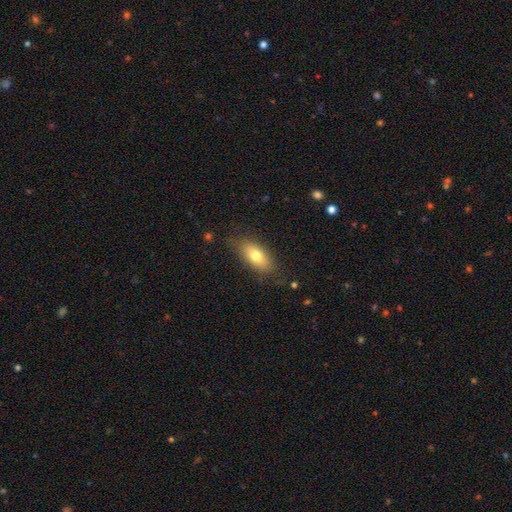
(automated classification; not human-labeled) A smooth galaxy with no disk features (73%) that is in between round and cigar-shaped (82%). Merging: none (80%).